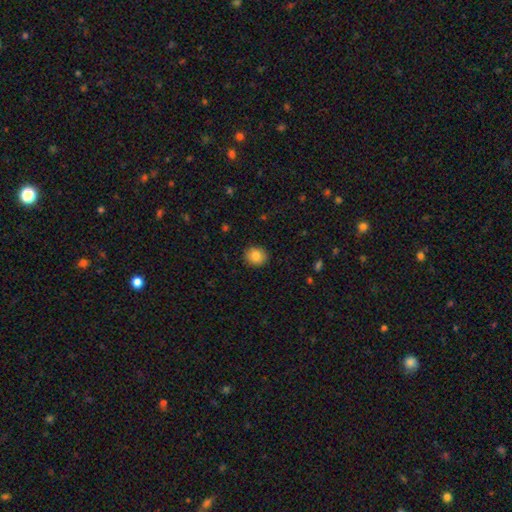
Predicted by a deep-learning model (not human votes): Smooth or featured?
  - smooth: 85% *
  - star or artifact: 9%
  - featured or disk: 7%
How rounded?
  - round: 66% *
  - in between: 33%
  - cigar-shaped: 1%
Merging?
  - none: 90% *
  - minor disturbance: 7%
  - major disturbance: 2%
  - merger: 1%